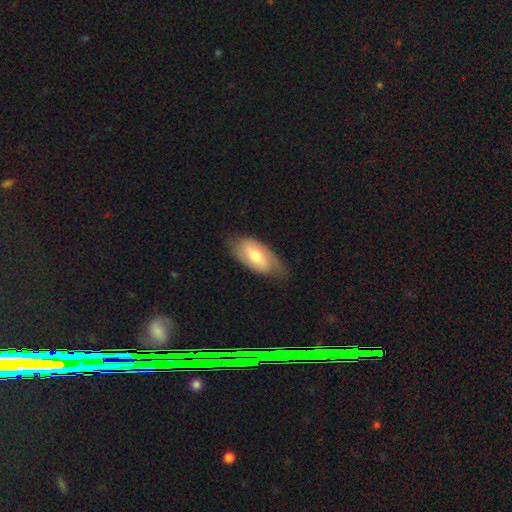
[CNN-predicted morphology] Smooth or featured?
  - smooth: 59% *
  - featured or disk: 35%
  - star or artifact: 6%
How rounded?
  - in between: 92% *
  - cigar-shaped: 5%
  - round: 3%
Merging?
  - none: 65% *
  - minor disturbance: 27%
  - major disturbance: 7%
  - merger: 1%